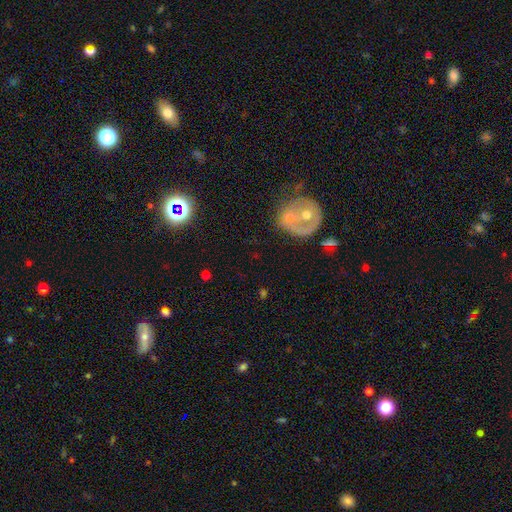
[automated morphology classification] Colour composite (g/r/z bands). It shows a smooth galaxy with no disk features (41%). Merging: none (60%).